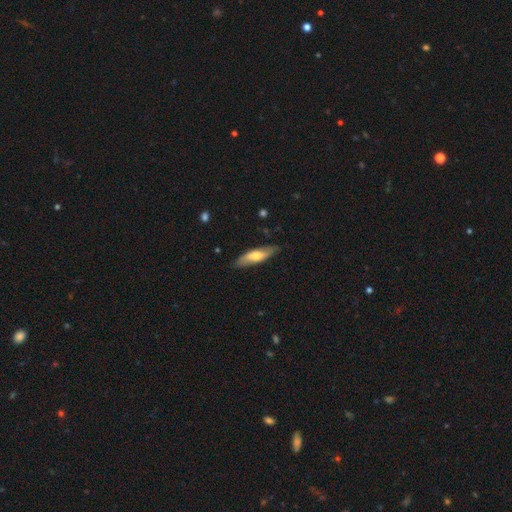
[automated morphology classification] The model was most divided on "how rounded": cigar-shaped: 54%, in between: 44%, round: 2%. More confident: merging — none (82%); smooth or featured — smooth (55%).